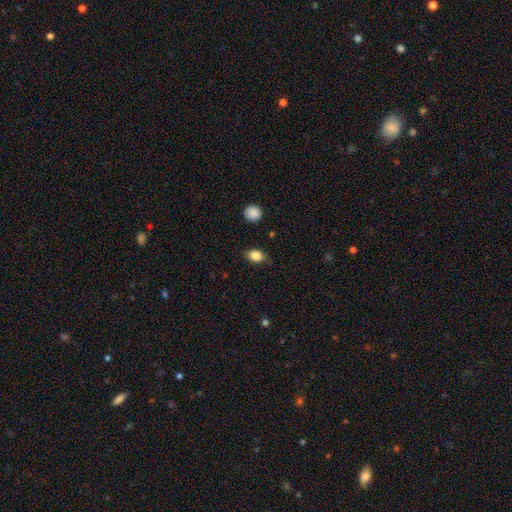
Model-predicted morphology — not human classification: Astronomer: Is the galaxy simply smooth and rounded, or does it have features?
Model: smooth — 85%.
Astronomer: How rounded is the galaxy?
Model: in between — 66%.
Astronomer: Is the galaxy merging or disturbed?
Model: none — 81%.